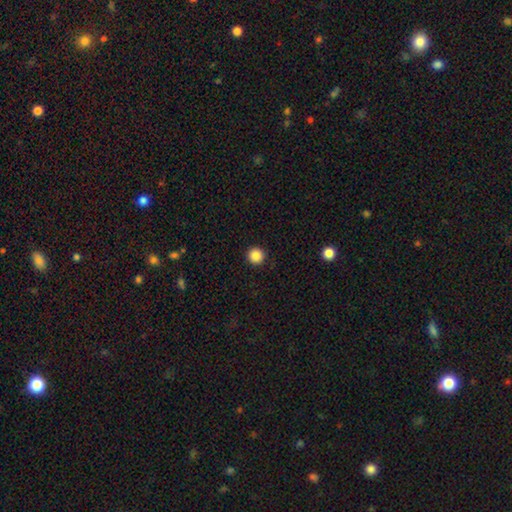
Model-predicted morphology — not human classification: Q: Smooth or featured?
A: smooth (87%); runner-up: star or artifact (10%)
Q: How rounded?
A: round (96%); runner-up: in between (4%)
Q: Merging?
A: none (92%); runner-up: minor disturbance (5%)